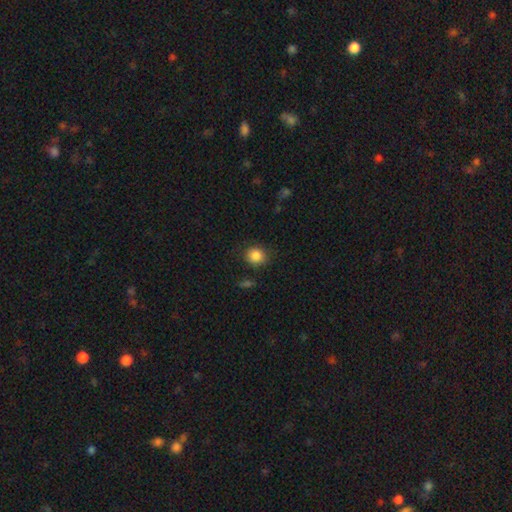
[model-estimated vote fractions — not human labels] Q: Smooth or featured?
A: smooth (86%); runner-up: star or artifact (10%)
Q: How rounded?
A: round (80%); runner-up: in between (19%)
Q: Merging?
A: none (84%); runner-up: minor disturbance (11%)